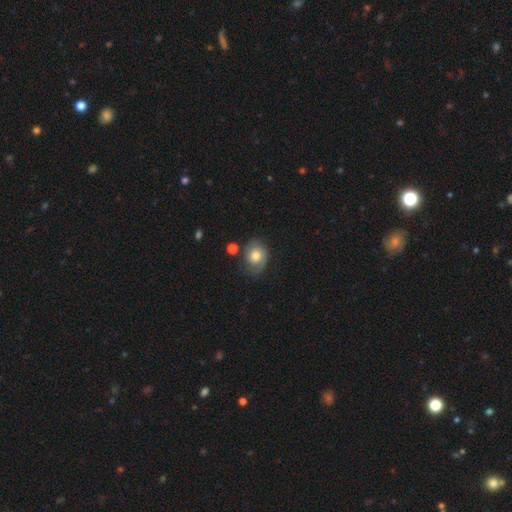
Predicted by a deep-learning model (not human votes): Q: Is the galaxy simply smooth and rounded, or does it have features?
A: smooth — 57%.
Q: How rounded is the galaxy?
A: round — 60%.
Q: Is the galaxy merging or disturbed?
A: none — 63%.